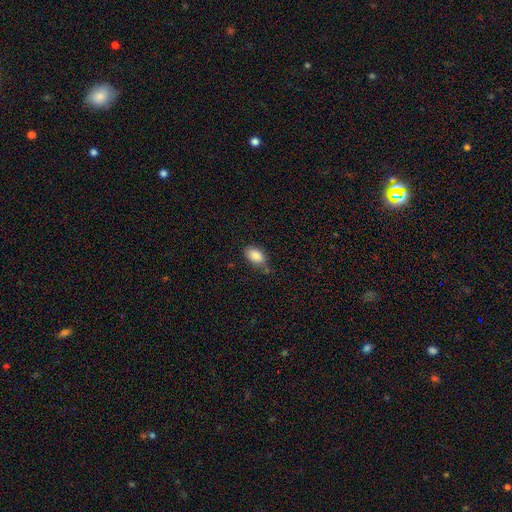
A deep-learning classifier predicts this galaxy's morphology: smooth 87%, star or artifact 7%, featured or disk 6%. Down the decision tree: how rounded — in between (92%); merging — none (69%).